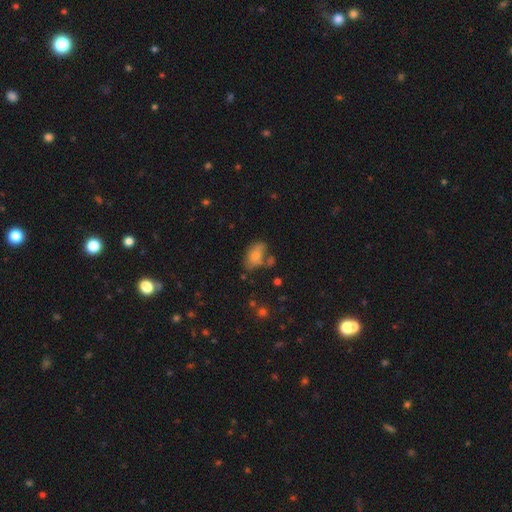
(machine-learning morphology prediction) This is likely a smooth galaxy (72%). How rounded: clearly in between (88%). Merging: possibly none (53%).